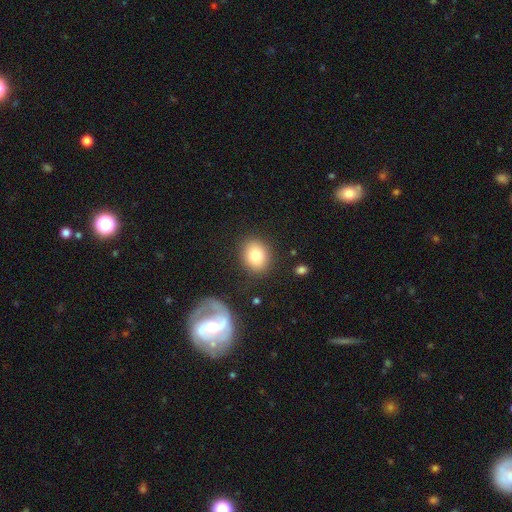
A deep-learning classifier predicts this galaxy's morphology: Smooth or featured? Predicted: smooth (p=0.80). How rounded? Predicted: round (p=0.61). Merging? Predicted: none (p=0.84).